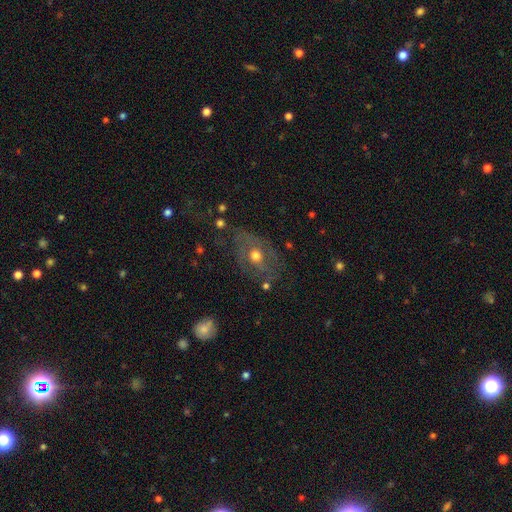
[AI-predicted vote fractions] Smooth or featured? featured or disk (57%)
Edge-on disk? no (93%)
Bar? no (81%)
Spiral arms? no (50%, tied with yes)
Bulge size? moderate (75%)
Merging? none (62%)